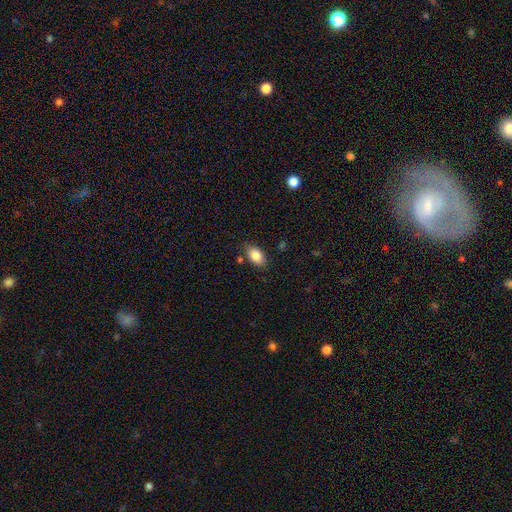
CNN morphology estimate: type=smooth (86%); roundness=in between (91%); merging=none (80%).